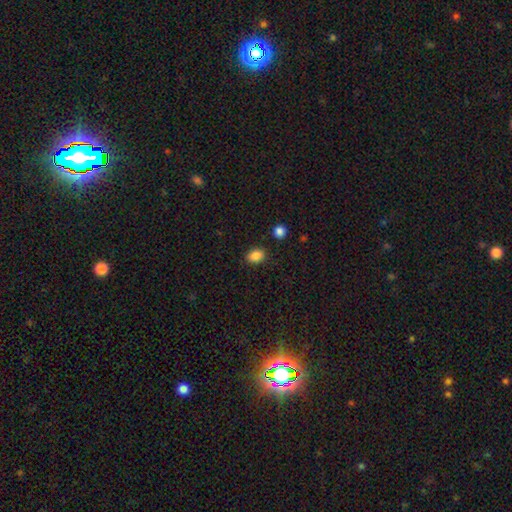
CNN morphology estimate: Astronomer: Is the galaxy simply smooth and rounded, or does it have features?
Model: smooth — 86%.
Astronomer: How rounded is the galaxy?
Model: in between — 74%.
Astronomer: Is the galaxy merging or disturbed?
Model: none — 85%.